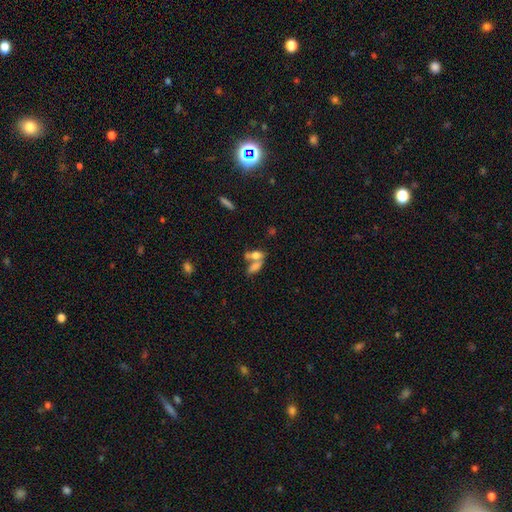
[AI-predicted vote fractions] Overall: smooth (66%). How rounded: in between (77%). Merging: merger (57%; none 29%).